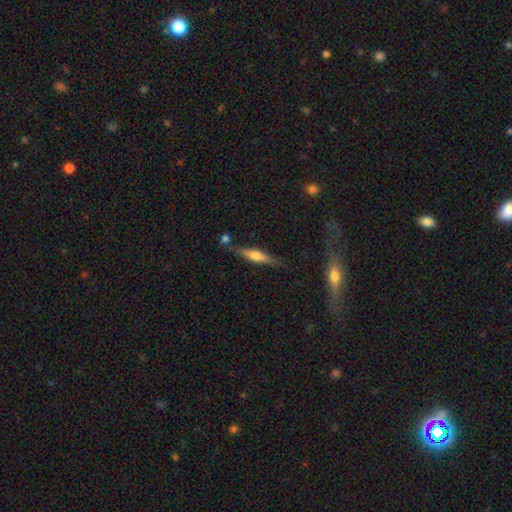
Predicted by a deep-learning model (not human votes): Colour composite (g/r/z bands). It shows a featured or disk galaxy (59%) viewed edge-on (94%) with a rounded central bulge (83%). Merging: none (74%).